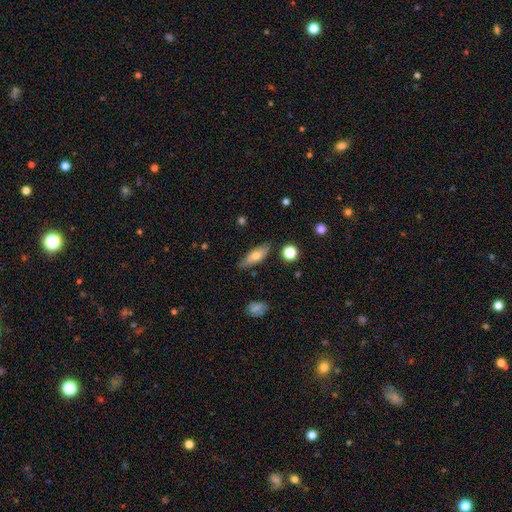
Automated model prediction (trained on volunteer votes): This is likely a smooth galaxy (61%). How rounded: possibly in between (54%). Merging: clearly none (83%).